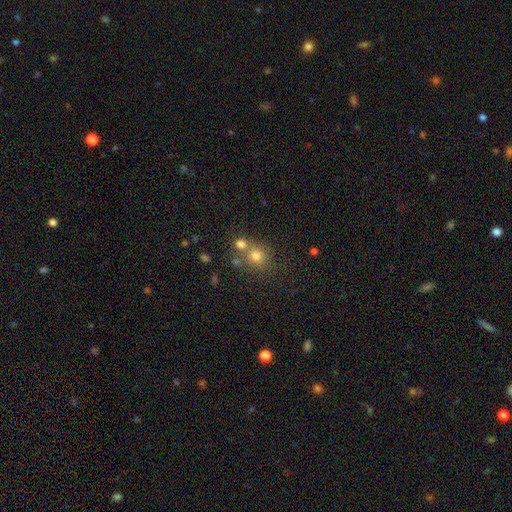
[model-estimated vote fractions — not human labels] Smooth or featured: smooth — 74% (star or artifact — 16%)
How rounded: round — 84% (in between — 15%)
Merging: none — 58% (merger — 30%)